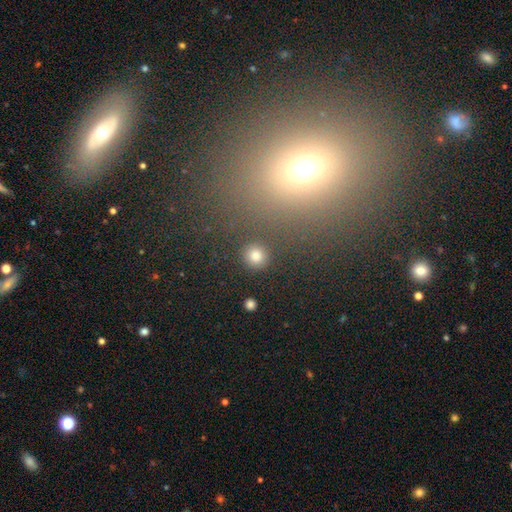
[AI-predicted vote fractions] Smooth or featured: smooth — 82% (star or artifact — 13%)
How rounded: round — 93% (in between — 6%)
Merging: none — 89% (minor disturbance — 6%)